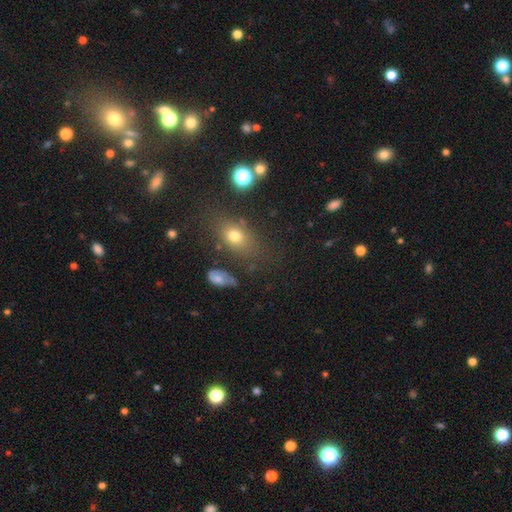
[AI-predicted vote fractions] The model was most divided on "smooth or featured": smooth: 55%, star or artifact: 33%, featured or disk: 12%. More confident: merging — none (77%); how rounded — in between (61%).